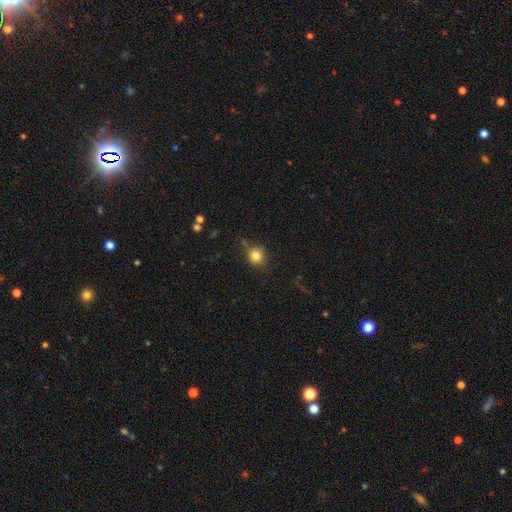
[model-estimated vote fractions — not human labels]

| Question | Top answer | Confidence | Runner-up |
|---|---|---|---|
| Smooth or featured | smooth | 82% | star or artifact (12%) |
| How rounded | round | 81% | in between (18%) |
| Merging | none | 76% | minor disturbance (15%) |